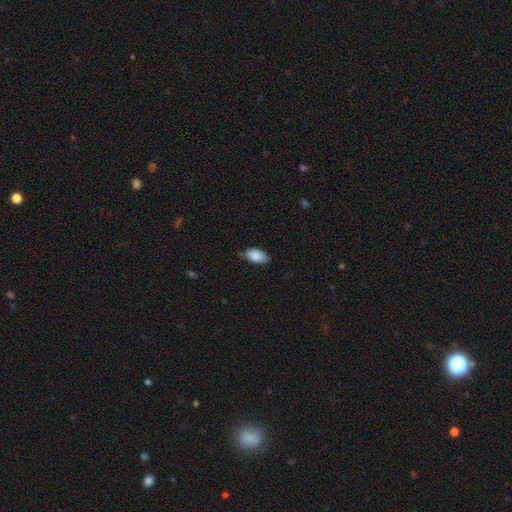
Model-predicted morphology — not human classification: A smooth galaxy with no disk features (85%) that is in between round and cigar-shaped (94%).

Vote fractions:
- Smooth or featured? smooth: 85% / featured or disk: 8% / star or artifact: 7%
- How rounded? in between: 94% / cigar-shaped: 3% / round: 3%
- Merging? none: 67% / minor disturbance: 27% / major disturbance: 4% / merger: 2%